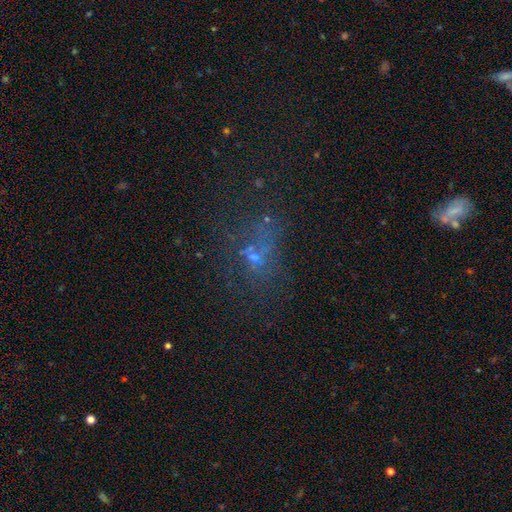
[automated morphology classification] Smooth or featured? Predicted: star or artifact (p=0.38).